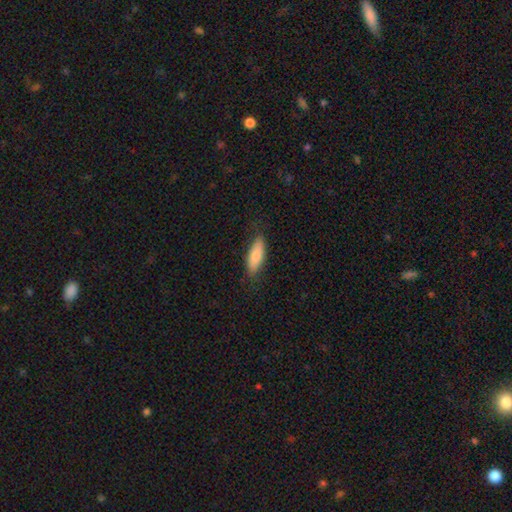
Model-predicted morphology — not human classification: Overall: smooth (79%). How rounded: in between (66%; cigar-shaped 33%). Merging: none (81%).